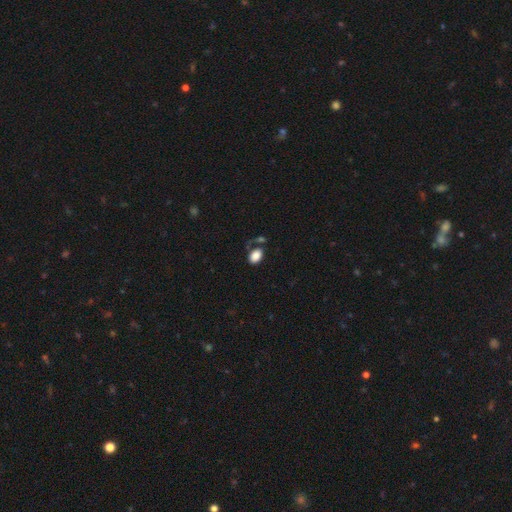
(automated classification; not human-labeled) Smooth or featured? Predicted: smooth (p=0.85). How rounded? Predicted: in between (p=0.84). Merging? Predicted: none (p=0.64).